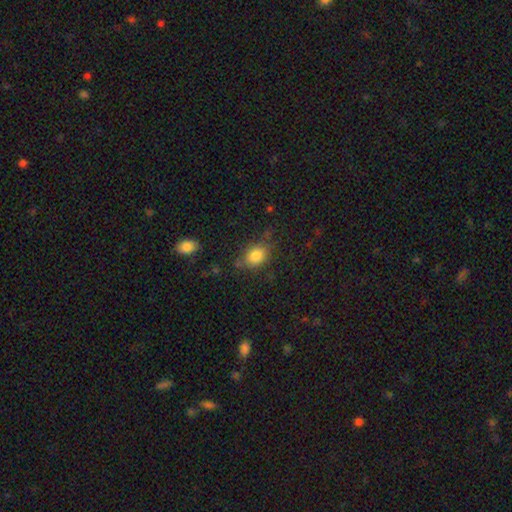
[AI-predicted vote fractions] Smooth or featured: smooth — 83% (star or artifact — 10%)
How rounded: in between — 69% (round — 30%)
Merging: none — 68% (minor disturbance — 21%)